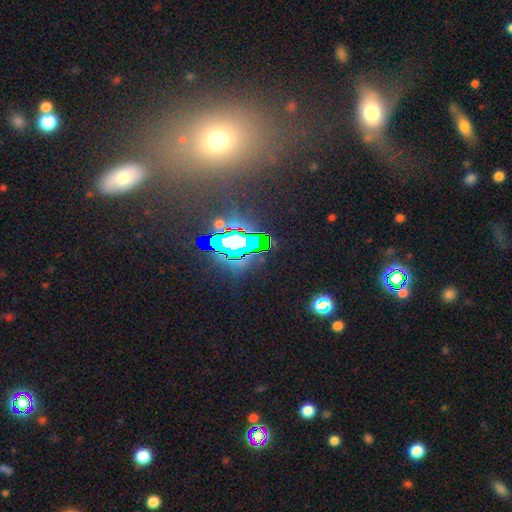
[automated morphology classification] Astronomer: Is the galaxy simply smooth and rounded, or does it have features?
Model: star or artifact — 58%.